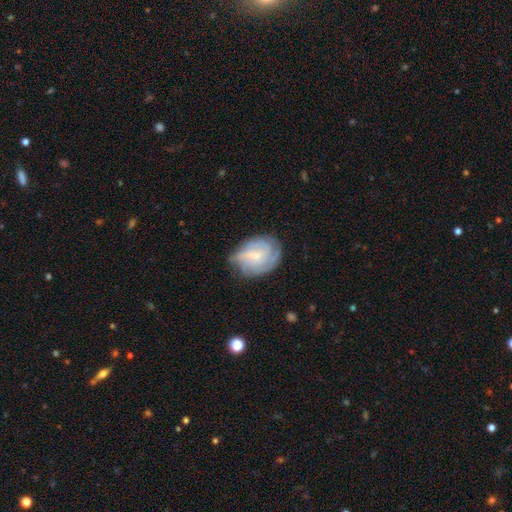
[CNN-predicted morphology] Smooth or featured? featured or disk (63%)
Edge-on disk? no (97%)
Bar? no (51%)
Spiral arms? yes (87%)
Spiral winding? tight (58%)
Spiral arm count? can't tell (46%)
Bulge size? small (50%)
Merging? none (65%)